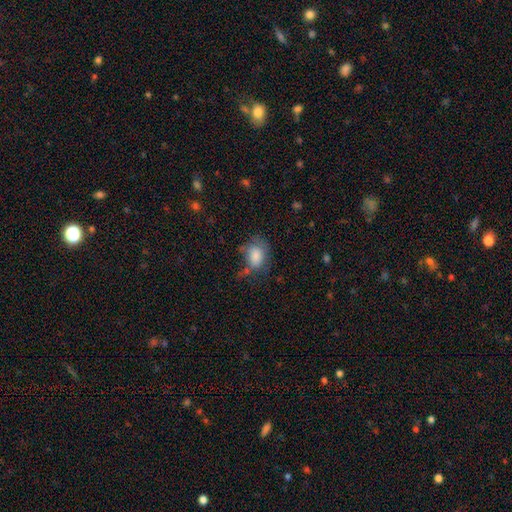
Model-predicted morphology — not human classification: Q: Smooth or featured?
A: smooth (79%); runner-up: featured or disk (12%)
Q: How rounded?
A: in between (72%); runner-up: round (26%)
Q: Merging?
A: none (39%); runner-up: minor disturbance (30%)